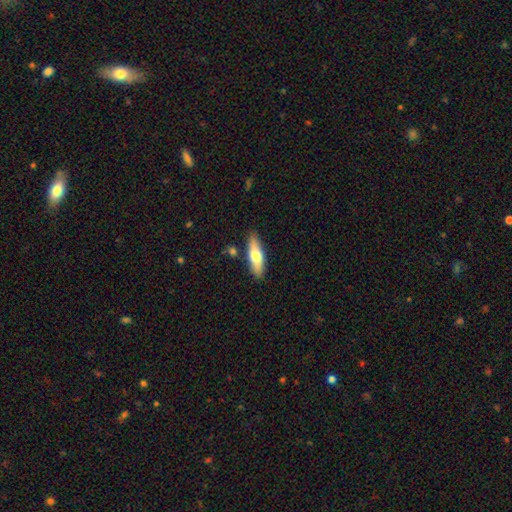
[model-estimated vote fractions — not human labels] A smooth galaxy with no disk features (63%) that is in between round and cigar-shaped (51%). Merging: none (84%).